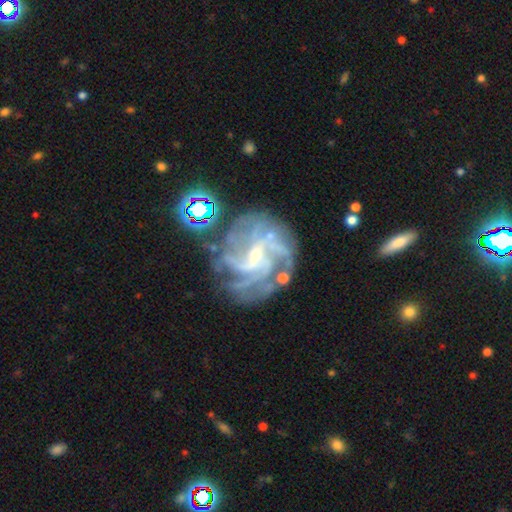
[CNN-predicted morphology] Smooth or featured: featured or disk — 86% (star or artifact — 9%)
Edge-on disk: no — 98% (yes — 2%)
Bar: weak — 43% (no — 41%)
Spiral arms: yes — 96% (no — 4%)
Spiral winding: medium — 44% (tight — 42%)
Spiral arm count: 4 — 34% (more than 4 — 21%)
Bulge size: small — 76% (moderate — 17%)
Merging: none — 68% (minor disturbance — 17%)